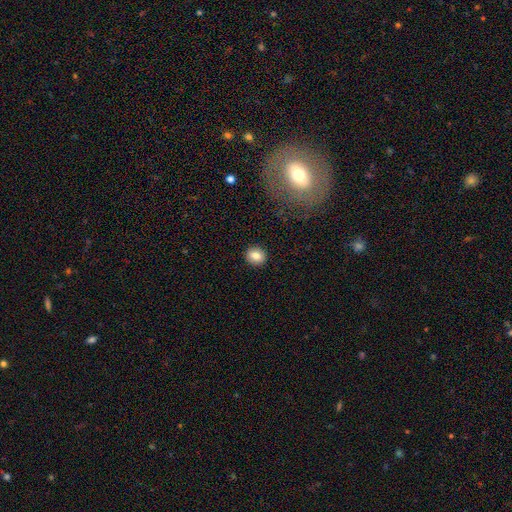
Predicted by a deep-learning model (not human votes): Smooth or featured?
  - smooth: 83% *
  - star or artifact: 9%
  - featured or disk: 7%
How rounded?
  - round: 72% *
  - in between: 27%
  - cigar-shaped: 1%
Merging?
  - none: 91% *
  - minor disturbance: 6%
  - major disturbance: 2%
  - merger: 1%